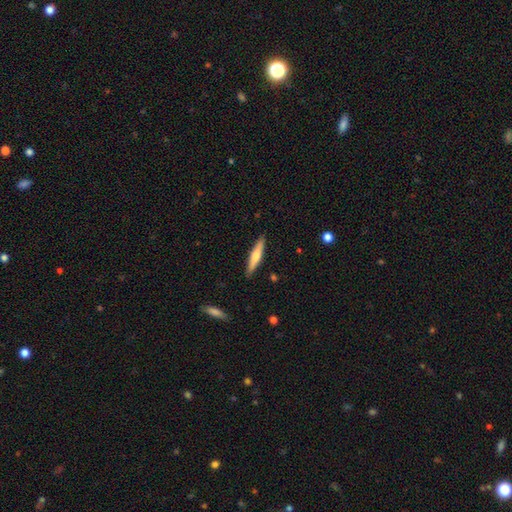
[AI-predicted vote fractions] smooth-or-featured: smooth: 50% | featured or disk: 44% | star or artifact: 5%
  how-rounded: cigar-shaped: 87% | in between: 11% | round: 2%
  merging: none: 90% | minor disturbance: 7% | major disturbance: 2% | merger: 1%